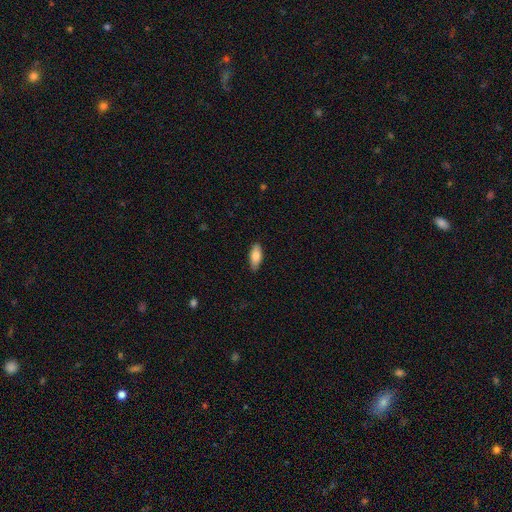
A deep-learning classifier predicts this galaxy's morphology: This appears to be a smooth galaxy with no disk features (81%) that is in between round and cigar-shaped (81%). Merging: none (86%).